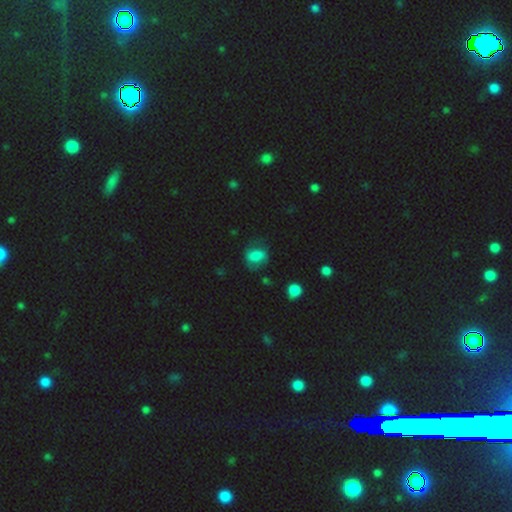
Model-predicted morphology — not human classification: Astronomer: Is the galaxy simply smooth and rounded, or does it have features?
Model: smooth — 66%.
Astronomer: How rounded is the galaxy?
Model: in between — 63%.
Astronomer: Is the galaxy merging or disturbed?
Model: none — 55%.